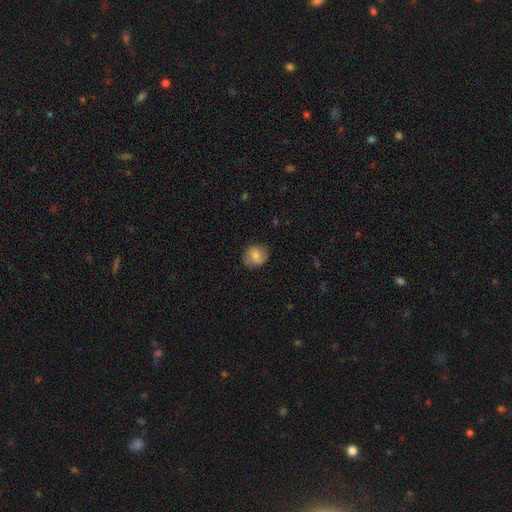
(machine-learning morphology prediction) smooth 72%, featured or disk 20%, star or artifact 8%. Down the decision tree: how rounded — round (76%); merging — none (80%).